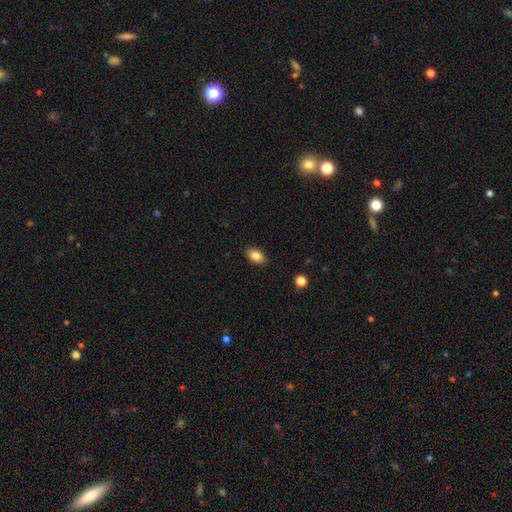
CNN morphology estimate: Smooth or featured? Predicted: smooth (p=0.85). How rounded? Predicted: in between (p=0.88). Merging? Predicted: none (p=0.87).